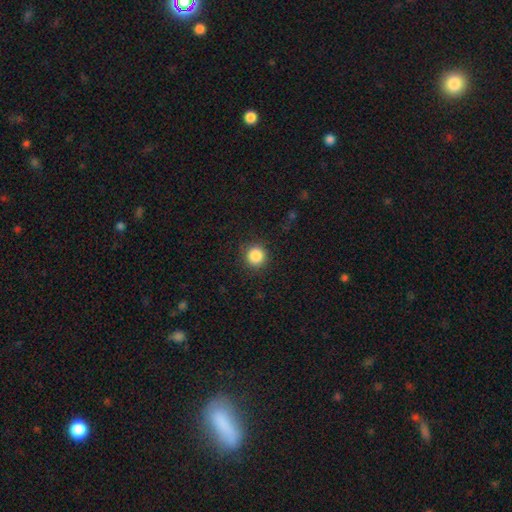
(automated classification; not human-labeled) A smooth galaxy with no disk features (86%) that is round (95%).

Vote fractions:
- Smooth or featured? smooth: 86% / star or artifact: 10% / featured or disk: 4%
- How rounded? round: 95% / in between: 4% / cigar-shaped: 1%
- Merging? none: 90% / minor disturbance: 6% / major disturbance: 2% / merger: 1%